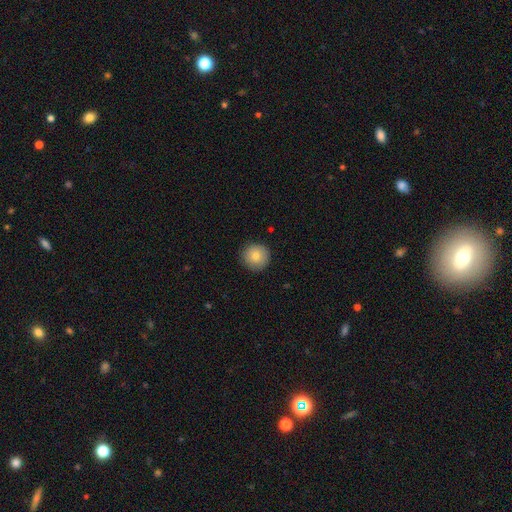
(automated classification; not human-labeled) This appears to be a smooth galaxy with no disk features (82%) that is round (95%). Merging: none (90%).